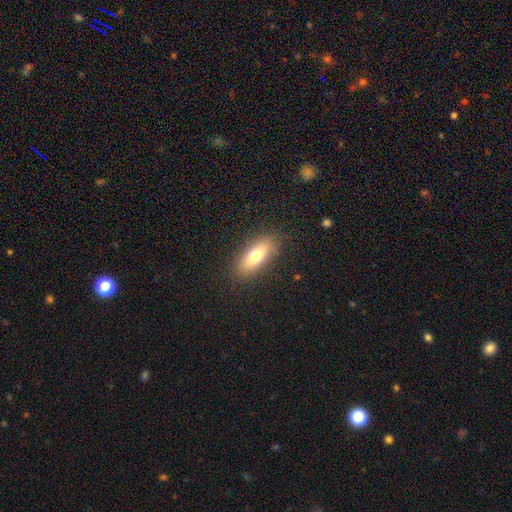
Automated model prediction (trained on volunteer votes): Smooth or featured? Predicted: smooth (p=0.73). How rounded? Predicted: in between (p=0.67). Merging? Predicted: none (p=0.87).